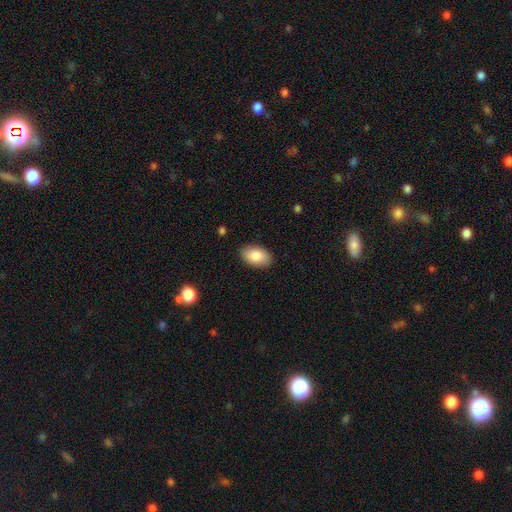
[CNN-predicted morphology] Overall: smooth (86%). How rounded: in between (93%). Merging: none (88%).